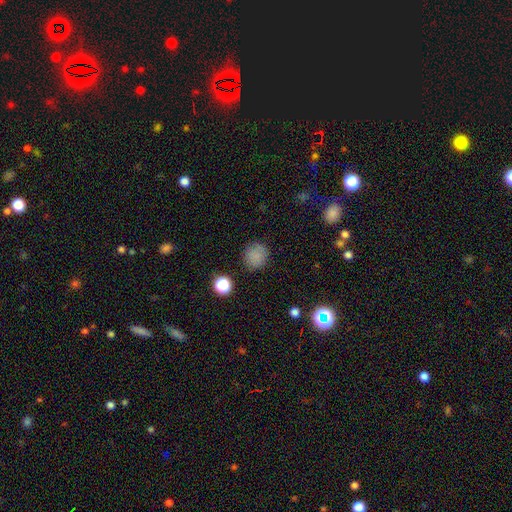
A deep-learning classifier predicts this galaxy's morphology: This appears to be a smooth galaxy with no disk features (82%) that is round (90%). Merging: none (86%).